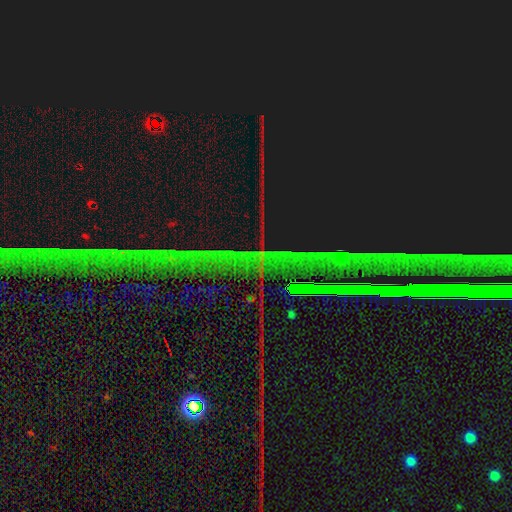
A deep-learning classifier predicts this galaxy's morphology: Q: Smooth or featured?
A: star or artifact (84%); runner-up: featured or disk (9%)